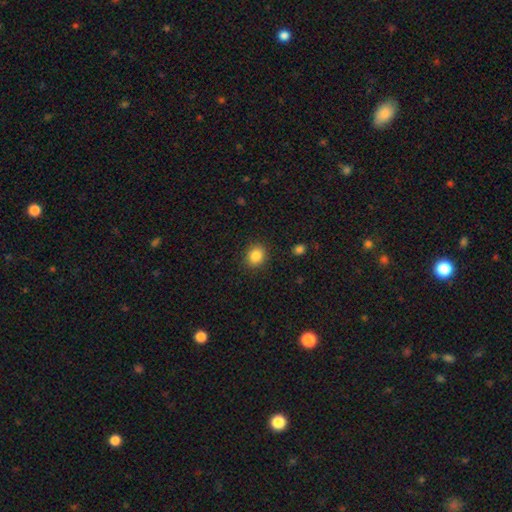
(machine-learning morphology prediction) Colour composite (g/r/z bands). It shows a smooth galaxy with no disk features (86%) that is round (67%). Merging: none (89%).